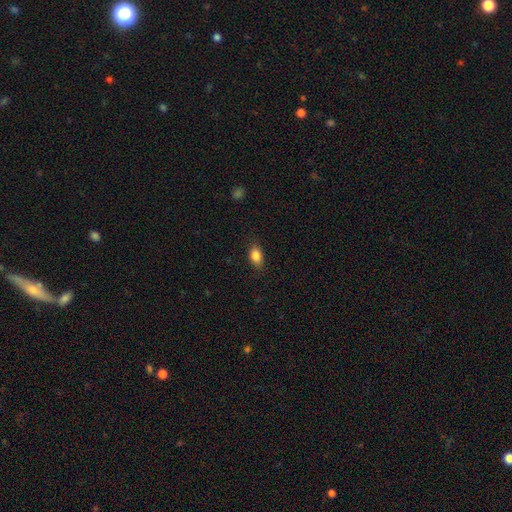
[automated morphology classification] smooth 85%, star or artifact 8%, featured or disk 7%. Down the decision tree: how rounded — in between (85%); merging — none (84%).